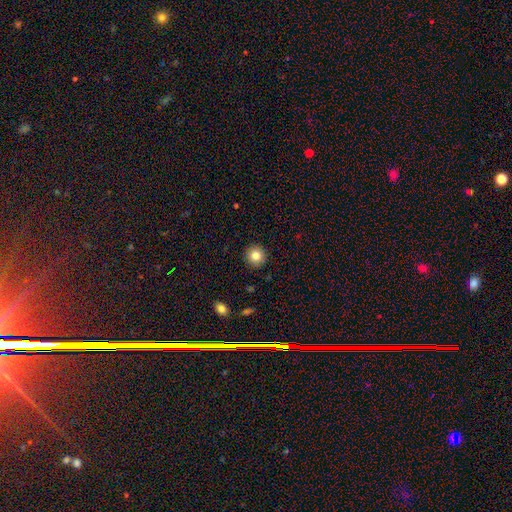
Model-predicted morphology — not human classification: The model was most divided on "smooth or featured": smooth: 82%, star or artifact: 10%, featured or disk: 8%. More confident: how rounded — round (94%); merging — none (92%).